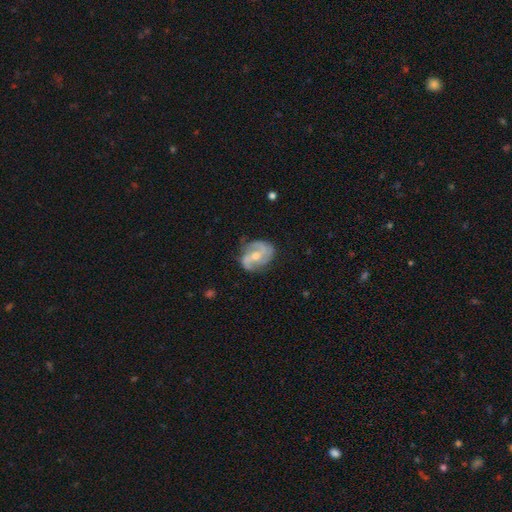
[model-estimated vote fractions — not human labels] Morphology: type=featured or disk (81%); edge-on=no (97%); bar=no (42%); spiral arms=yes (93%); winding=medium (48%); arm count=2 (72%); bulge=moderate (60%); merging=none (66%).